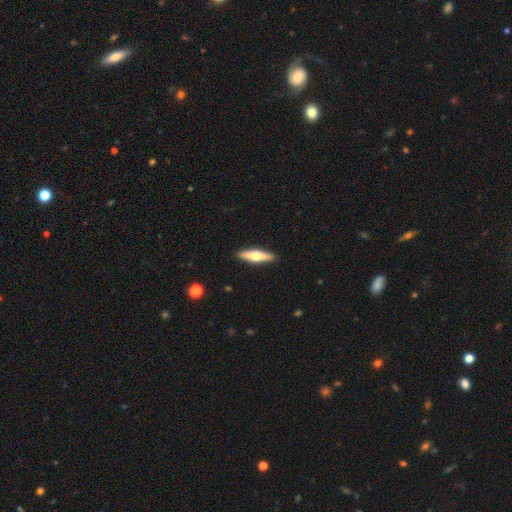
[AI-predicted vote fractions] Morphology: type=featured or disk (52%); edge-on=yes (94%); merging=none (91%).